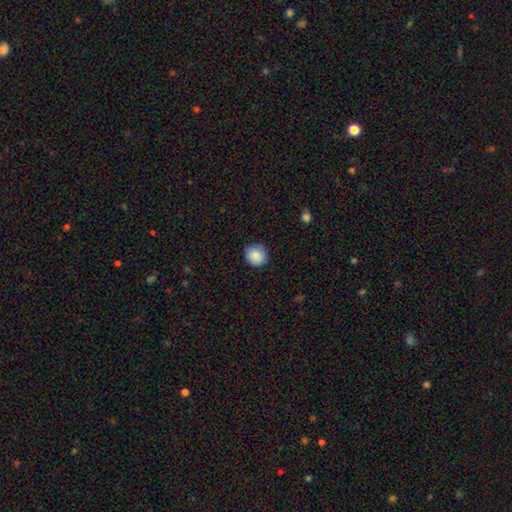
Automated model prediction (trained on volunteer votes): smooth_or_featured: smooth (p=0.87) [alt: star or artifact p=0.08]
how_rounded: round (p=0.92) [alt: in between p=0.07]
merging: none (p=0.88) [alt: minor disturbance p=0.09]